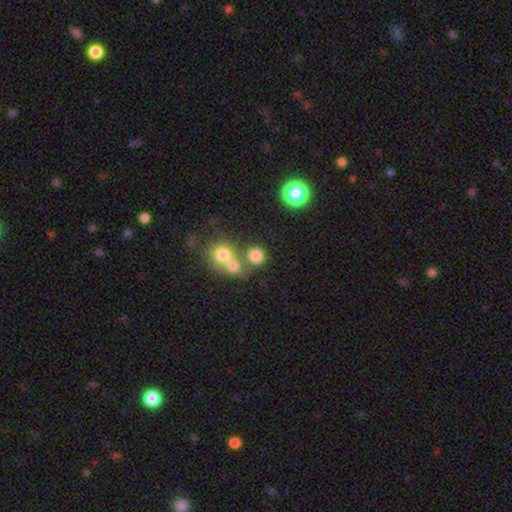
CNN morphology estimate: Overall: smooth (77%). How rounded: round (85%). Merging: none (56%; merger 31%).